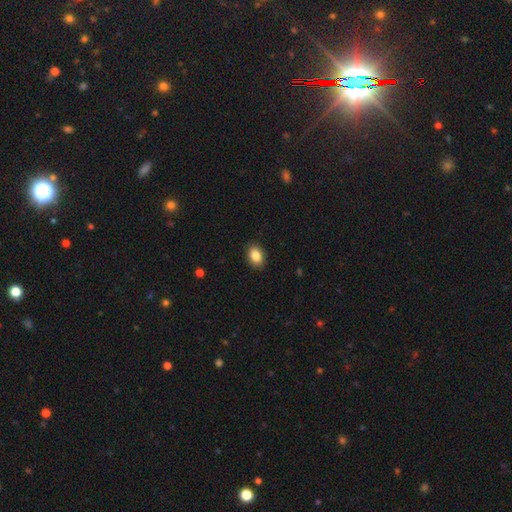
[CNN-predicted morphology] smooth_or_featured: smooth (p=0.86) [alt: star or artifact p=0.08]
how_rounded: in between (p=0.77) [alt: round p=0.22]
merging: none (p=0.90) [alt: minor disturbance p=0.07]